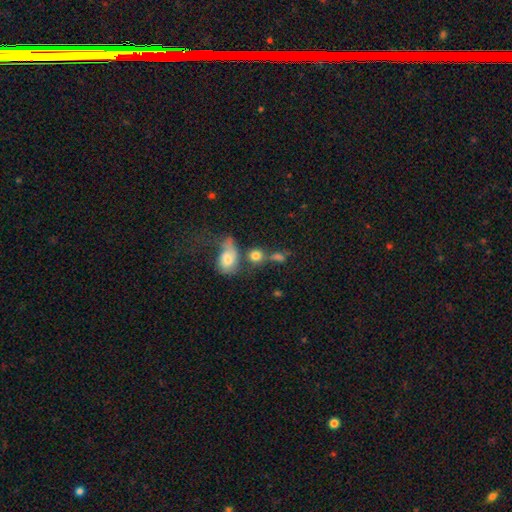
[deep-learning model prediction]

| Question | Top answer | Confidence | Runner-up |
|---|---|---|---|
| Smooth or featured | smooth | 76% | featured or disk (12%) |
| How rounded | round | 72% | in between (25%) |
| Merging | none | 38% | merger (37%) |